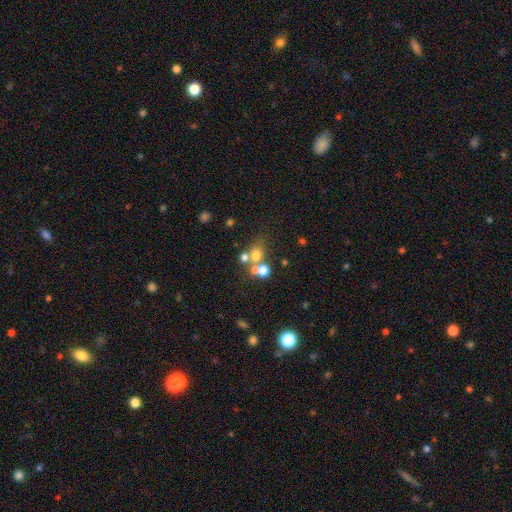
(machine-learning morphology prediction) smooth-or-featured: smooth: 61% | star or artifact: 20% | featured or disk: 19%
  how-rounded: round: 78% | in between: 21% | cigar-shaped: 1%
  merging: none: 45% | merger: 41% | minor disturbance: 8% | major disturbance: 6%